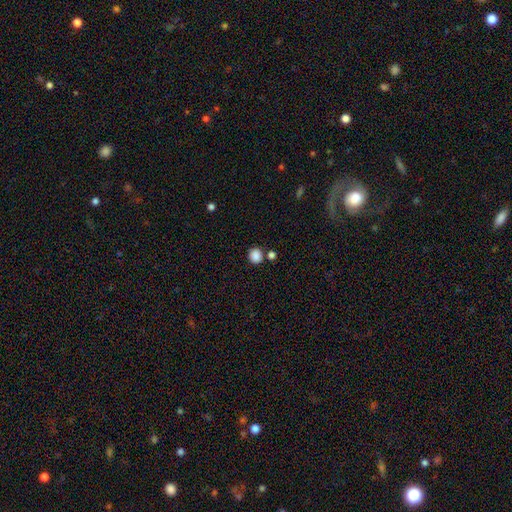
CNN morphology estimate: This is clearly a smooth galaxy (86%). How rounded: likely round (79%). Merging: likely none (77%).